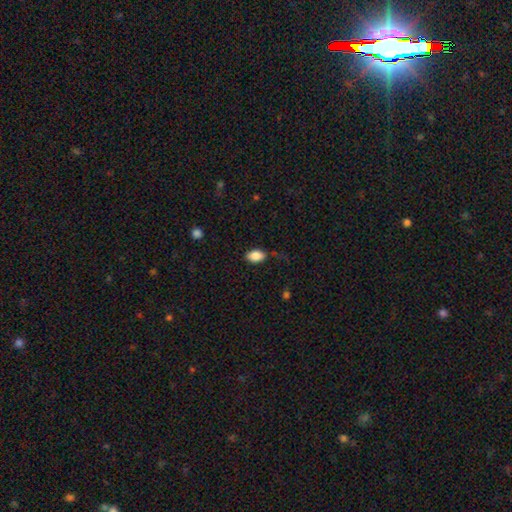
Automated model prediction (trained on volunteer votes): Smooth or featured? Predicted: smooth (p=0.86). How rounded? Predicted: in between (p=0.88). Merging? Predicted: none (p=0.73).